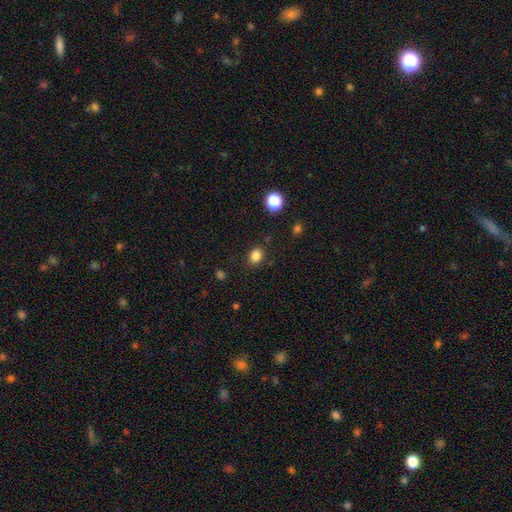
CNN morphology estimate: Smooth or featured? smooth (83%)
How rounded? round (59%)
Merging? none (84%)